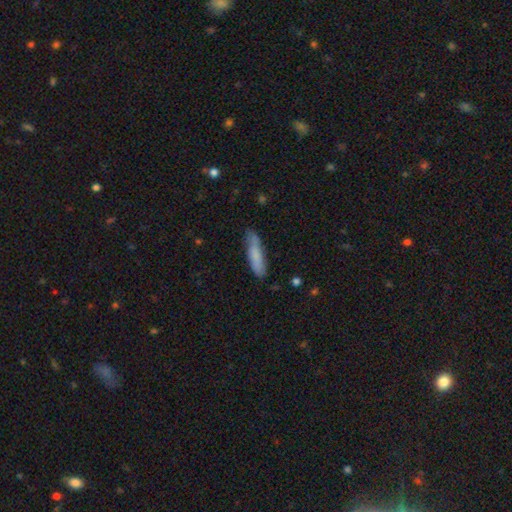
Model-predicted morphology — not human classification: Smooth or featured?
  - smooth: 77% *
  - featured or disk: 17%
  - star or artifact: 6%
How rounded?
  - cigar-shaped: 78% *
  - in between: 21%
  - round: 1%
Merging?
  - none: 71% *
  - minor disturbance: 22%
  - major disturbance: 5%
  - merger: 3%